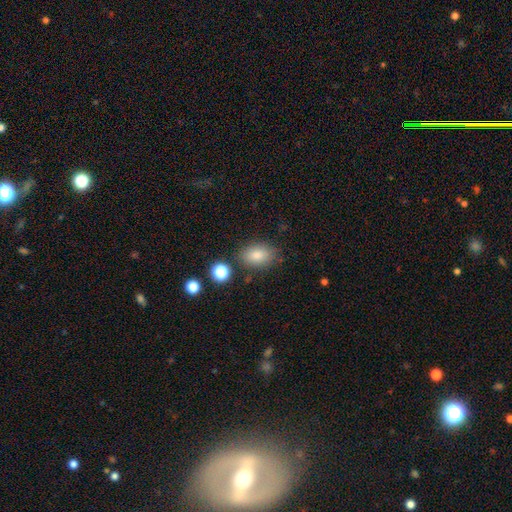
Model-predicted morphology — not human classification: Smooth or featured?
  - smooth: 82% *
  - star or artifact: 10%
  - featured or disk: 8%
How rounded?
  - in between: 82% *
  - round: 17%
  - cigar-shaped: 1%
Merging?
  - none: 81% *
  - minor disturbance: 12%
  - merger: 4%
  - major disturbance: 3%